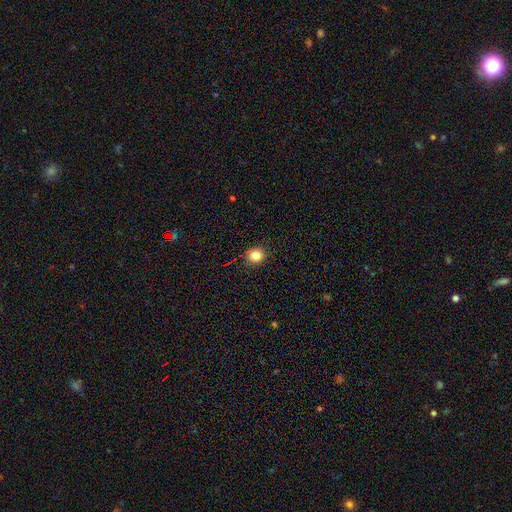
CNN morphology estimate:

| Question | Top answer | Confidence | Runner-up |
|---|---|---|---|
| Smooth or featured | smooth | 82% | star or artifact (12%) |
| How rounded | round | 83% | in between (16%) |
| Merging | none | 90% | minor disturbance (7%) |